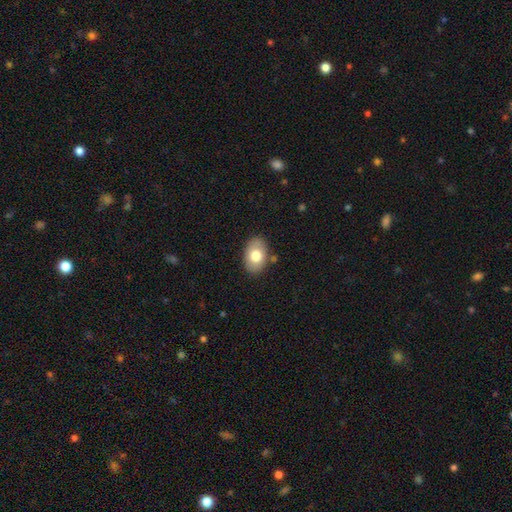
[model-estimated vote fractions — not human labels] Overall: smooth (74%). How rounded: in between (86%). Merging: none (83%).